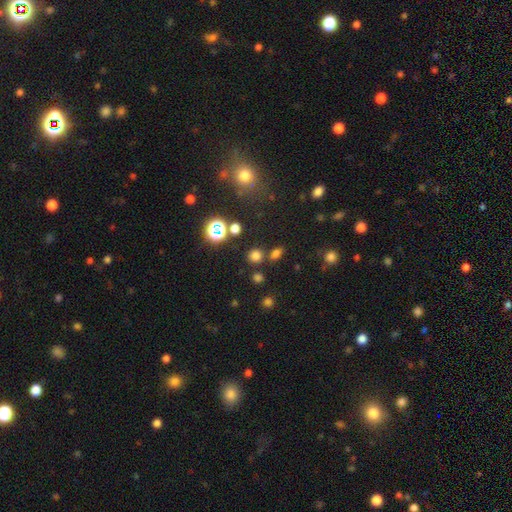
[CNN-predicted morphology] This is likely a smooth galaxy (70%). How rounded: clearly round (82%). Merging: likely none (77%).